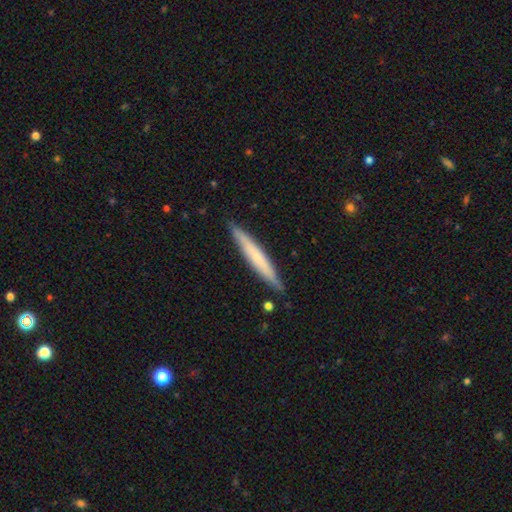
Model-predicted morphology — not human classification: Overall: smooth (55%; featured or disk 39%). How rounded: cigar-shaped (95%). Merging: none (89%).